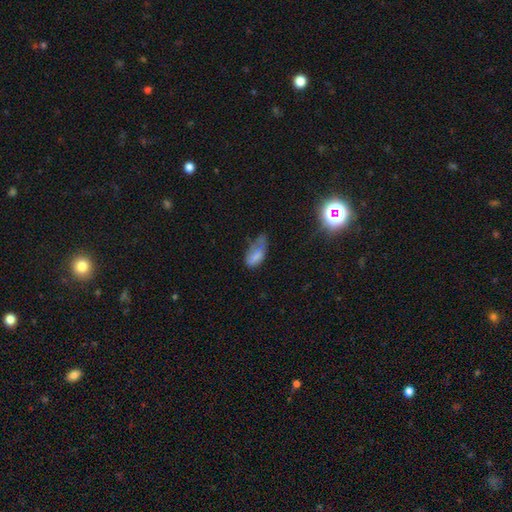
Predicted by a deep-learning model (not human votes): Q: Smooth or featured?
A: smooth (66%); runner-up: featured or disk (22%)
Q: How rounded?
A: in between (86%); runner-up: cigar-shaped (10%)
Q: Merging?
A: minor disturbance (38%); runner-up: major disturbance (34%)